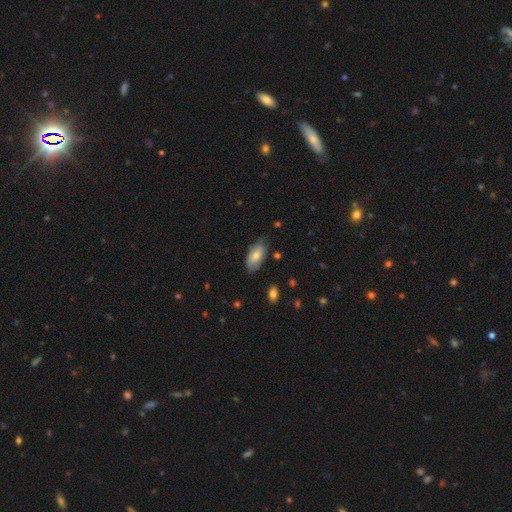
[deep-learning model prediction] smooth 73%, featured or disk 20%, star or artifact 7%. Down the decision tree: how rounded — in between (92%); merging — none (68%).